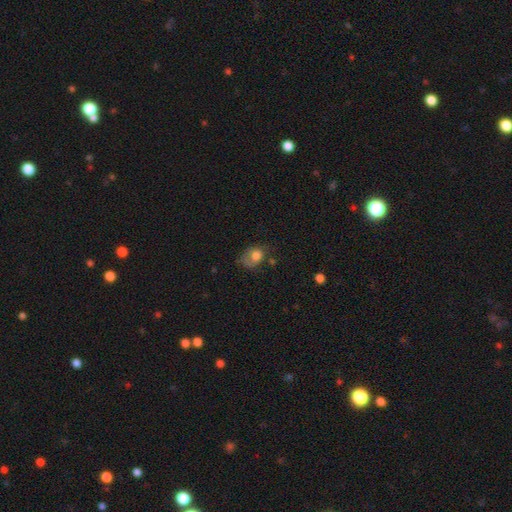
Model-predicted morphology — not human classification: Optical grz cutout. It shows a smooth galaxy with no disk features (67%) that is in between round and cigar-shaped (63%). Merging: none (36%).